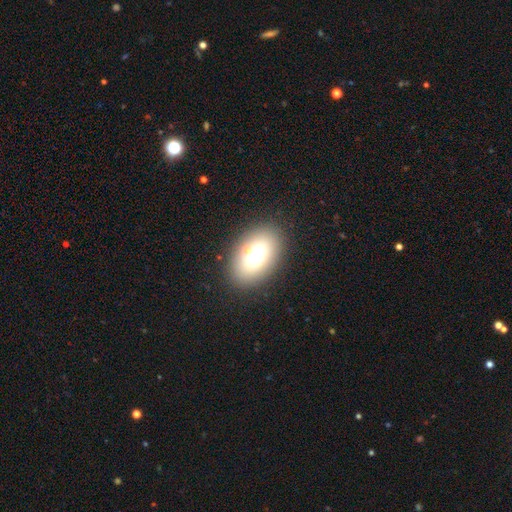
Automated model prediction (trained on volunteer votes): This appears to be a smooth galaxy with no disk features (70%) that is in between round and cigar-shaped (82%). Merging: none (78%).